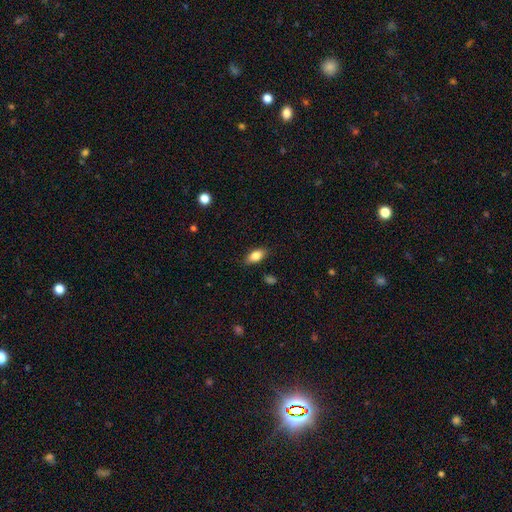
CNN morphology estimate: Q: Smooth or featured?
A: smooth (84%); runner-up: featured or disk (9%)
Q: How rounded?
A: in between (89%); runner-up: cigar-shaped (7%)
Q: Merging?
A: none (85%); runner-up: minor disturbance (11%)